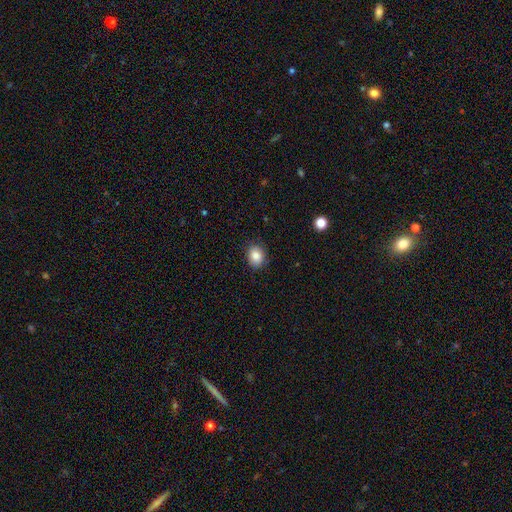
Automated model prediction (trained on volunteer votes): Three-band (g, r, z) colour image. It shows a smooth galaxy with no disk features (86%) that is round (50%, tied with in between). Merging: none (85%).